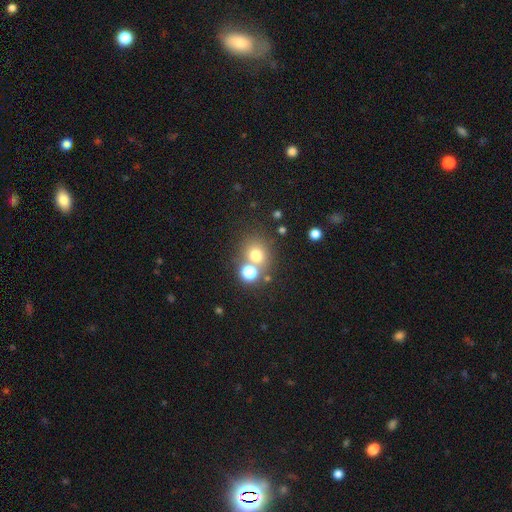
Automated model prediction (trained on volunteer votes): Overall: smooth (71%). How rounded: round (83%). Merging: none (63%; merger 24%).